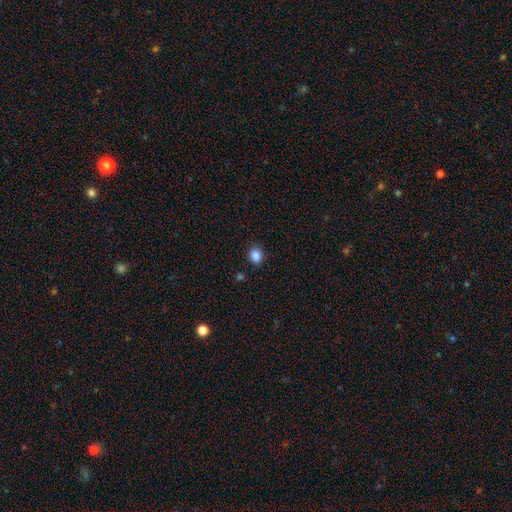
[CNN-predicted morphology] A smooth galaxy with no disk features (86%) that is round (59%).

Vote fractions:
- Smooth or featured? smooth: 86% / star or artifact: 11% / featured or disk: 3%
- How rounded? round: 59% / in between: 40% / cigar-shaped: 1%
- Merging? none: 88% / minor disturbance: 8% / major disturbance: 2% / merger: 2%